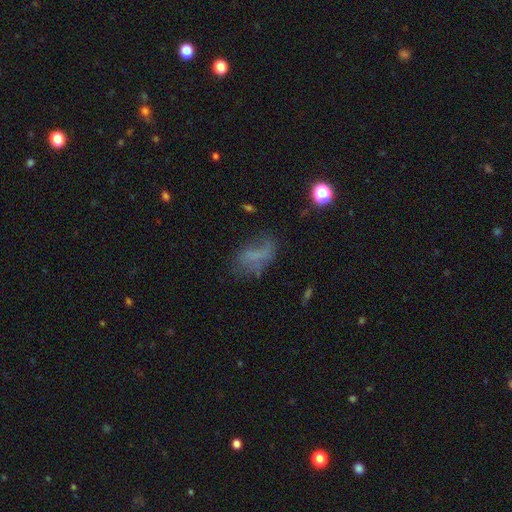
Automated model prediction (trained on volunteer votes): Q: Smooth or featured?
A: smooth (49%); runner-up: featured or disk (32%)
Q: Merging?
A: none (41%); runner-up: major disturbance (28%)